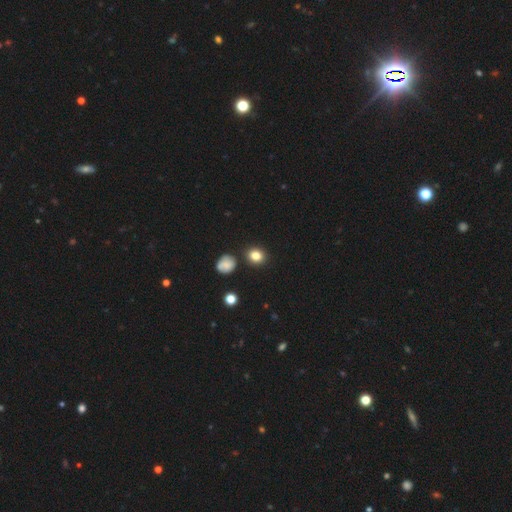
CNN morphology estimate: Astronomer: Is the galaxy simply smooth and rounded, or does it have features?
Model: smooth — 83%.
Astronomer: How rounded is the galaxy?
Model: round — 70%.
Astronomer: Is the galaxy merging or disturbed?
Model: none — 86%.